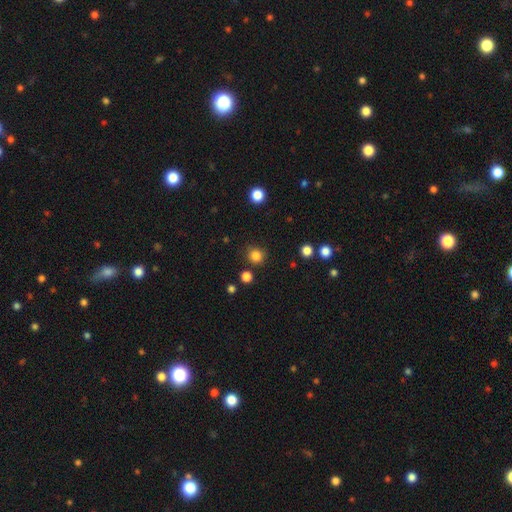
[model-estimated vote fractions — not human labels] A smooth galaxy with no disk features (83%) that is round (91%).

Vote fractions:
- Smooth or featured? smooth: 83% / star or artifact: 13% / featured or disk: 4%
- How rounded? round: 91% / in between: 8% / cigar-shaped: 1%
- Merging? none: 85% / minor disturbance: 9% / merger: 3% / major disturbance: 3%